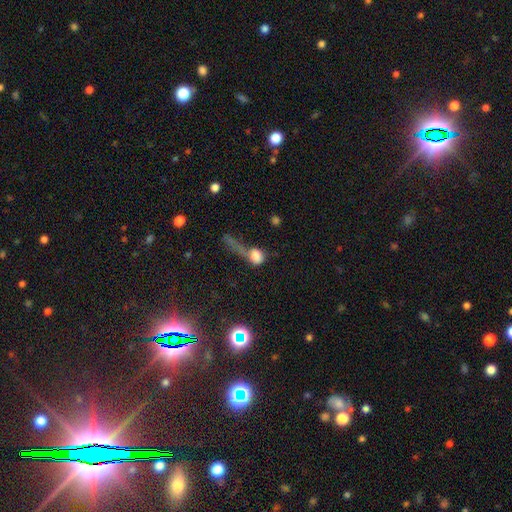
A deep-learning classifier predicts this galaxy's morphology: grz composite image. It shows a smooth galaxy with no disk features (67%) that is round (47%). Merging: major disturbance (45%).